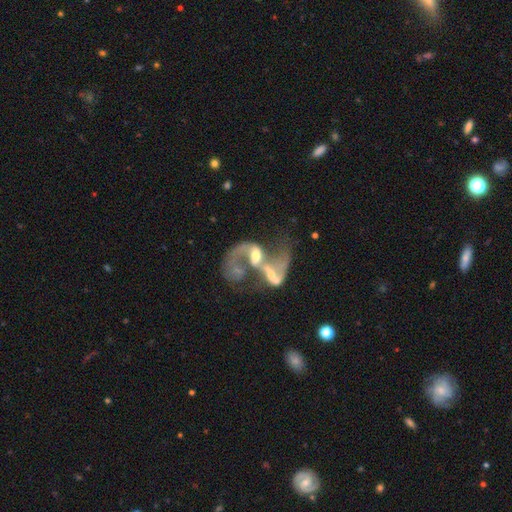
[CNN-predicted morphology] This is likely a featured or disk galaxy (77%). It is clearly not viewed edge-on (96%). Bar: possibly no (45%). Spiral arm pattern: likely yes (74%). Spiral arm count: likely 2 (63%). Spiral winding: likely loose (74%). Central bulge: possibly moderate (51%). Merging: likely merger (72%).